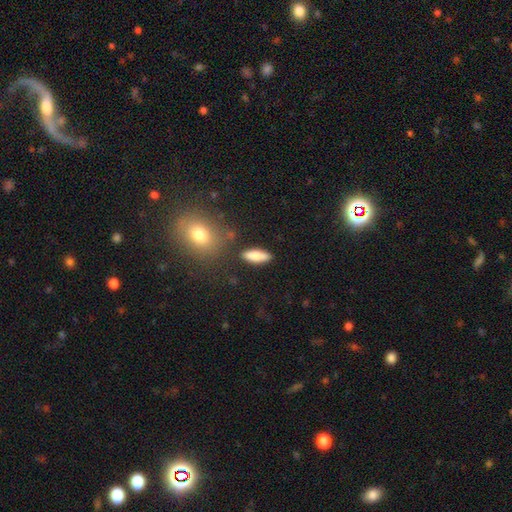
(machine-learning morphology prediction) Smooth or featured: smooth — 81% (featured or disk — 13%)
How rounded: in between — 60% (cigar-shaped — 37%)
Merging: none — 81% (minor disturbance — 12%)